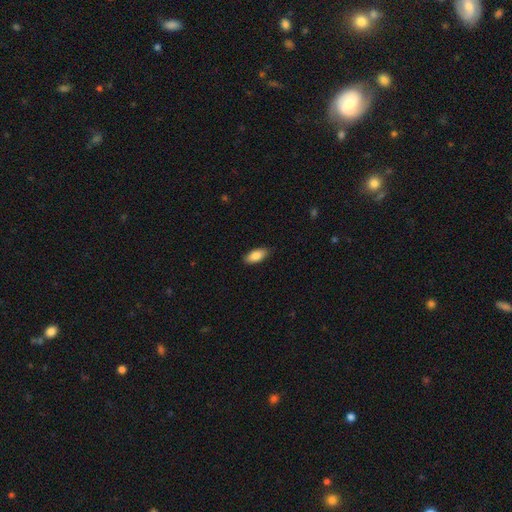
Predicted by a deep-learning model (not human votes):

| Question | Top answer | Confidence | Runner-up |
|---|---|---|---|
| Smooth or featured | smooth | 86% | featured or disk (8%) |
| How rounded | in between | 89% | cigar-shaped (9%) |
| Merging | none | 87% | minor disturbance (10%) |